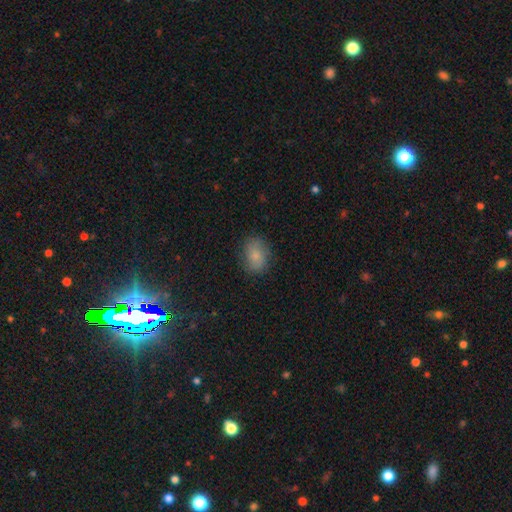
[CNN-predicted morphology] Q: Smooth or featured?
A: smooth (76%); runner-up: featured or disk (15%)
Q: How rounded?
A: in between (63%); runner-up: round (36%)
Q: Merging?
A: none (79%); runner-up: minor disturbance (15%)